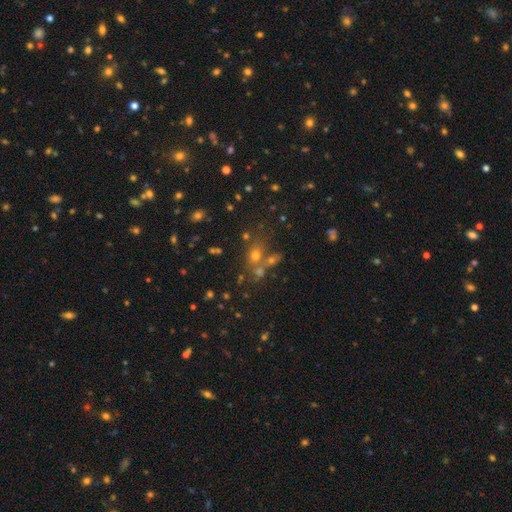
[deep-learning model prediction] Q: Smooth or featured?
A: smooth (53%); runner-up: star or artifact (32%)
Q: How rounded?
A: round (67%); runner-up: in between (31%)
Q: Merging?
A: none (52%); runner-up: merger (33%)